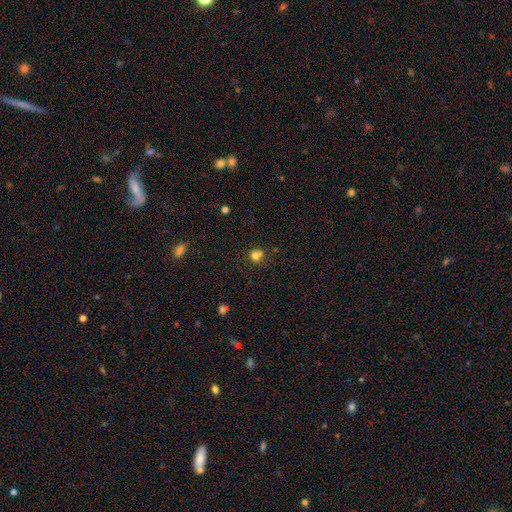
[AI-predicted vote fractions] Q: Smooth or featured?
A: smooth (76%); runner-up: star or artifact (15%)
Q: How rounded?
A: round (83%); runner-up: in between (16%)
Q: Merging?
A: none (53%); runner-up: merger (29%)